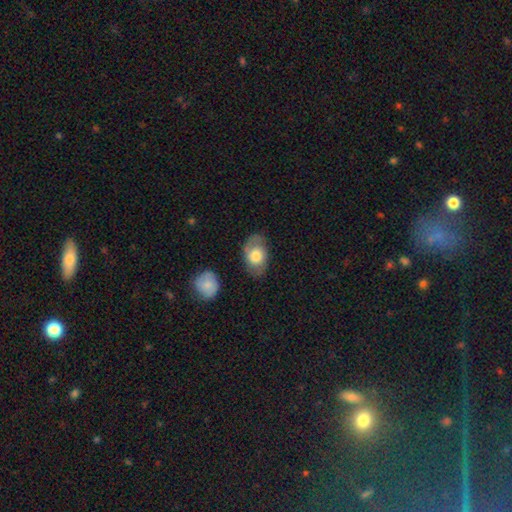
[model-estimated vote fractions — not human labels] A smooth galaxy with no disk features (63%) that is in between round and cigar-shaped (80%). Merging: none (68%).